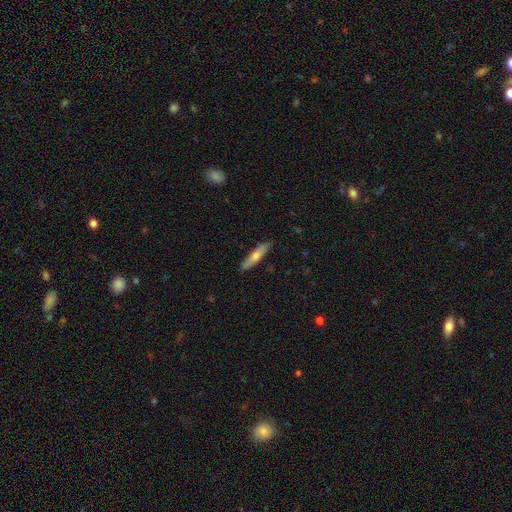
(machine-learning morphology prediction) smooth_or_featured: smooth (p=0.58) [alt: featured or disk p=0.36]
how_rounded: cigar-shaped (p=0.86) [alt: in between p=0.12]
merging: none (p=0.88) [alt: minor disturbance p=0.09]